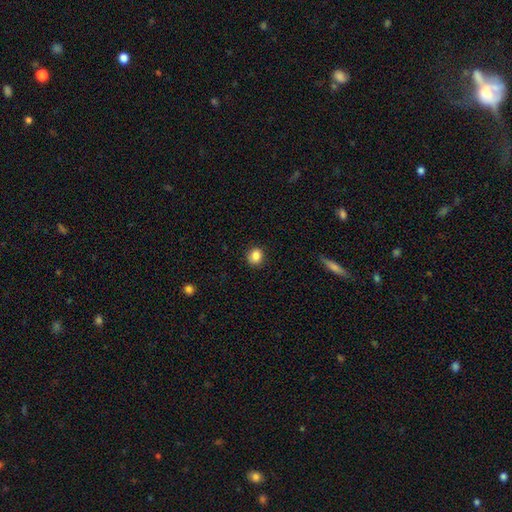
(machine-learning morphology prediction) A smooth galaxy with no disk features (86%) that is round (70%). Merging: none (88%).